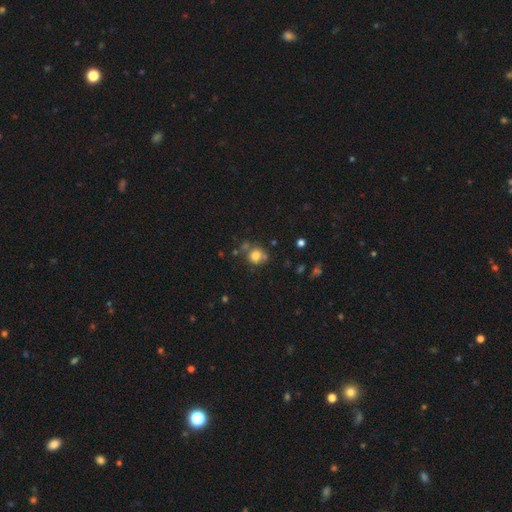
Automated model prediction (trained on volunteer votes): The model was most divided on "merging": none: 65%, merger: 16%, minor disturbance: 14%, major disturbance: 5%. More confident: how rounded — round (86%); smooth or featured — smooth (78%).